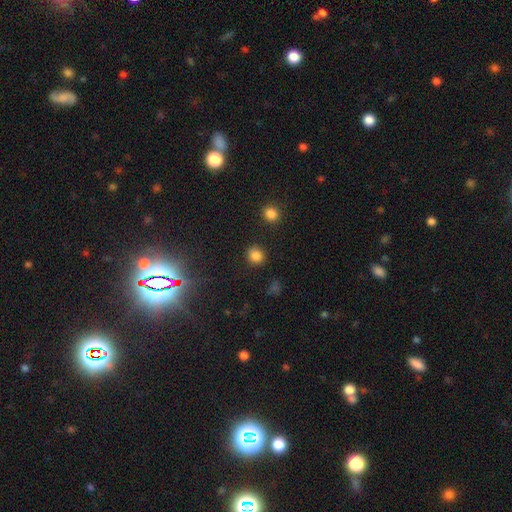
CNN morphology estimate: type=smooth (83%); roundness=round (80%); merging=none (85%).